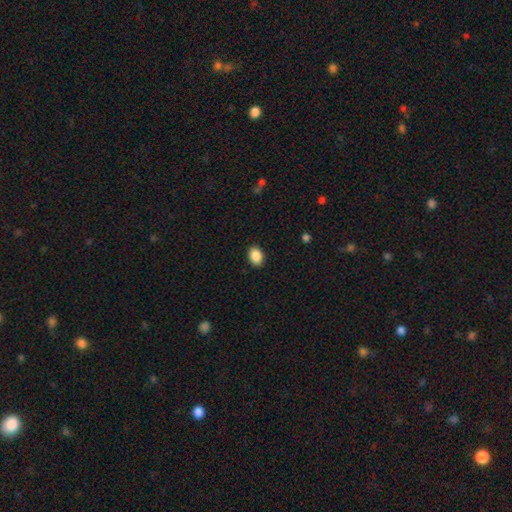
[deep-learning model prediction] Smooth or featured?
  - smooth: 89% *
  - star or artifact: 8%
  - featured or disk: 3%
How rounded?
  - in between: 75% *
  - round: 24%
  - cigar-shaped: 1%
Merging?
  - none: 90% *
  - minor disturbance: 7%
  - major disturbance: 2%
  - merger: 1%